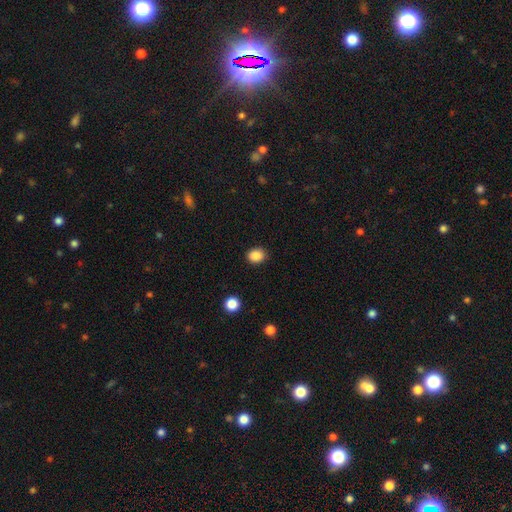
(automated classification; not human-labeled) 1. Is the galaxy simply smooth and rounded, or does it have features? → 88% smooth, 9% star or artifact, 3% featured or disk.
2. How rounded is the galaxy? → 51% round, 49% in between, 1% cigar-shaped.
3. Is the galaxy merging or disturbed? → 89% none, 8% minor disturbance, 2% major disturbance, 1% merger.